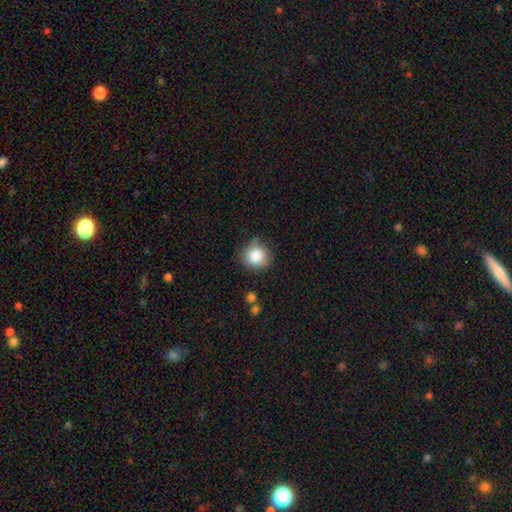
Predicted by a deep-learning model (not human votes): Morphology: type=smooth (85%); roundness=round (90%); merging=none (70%).